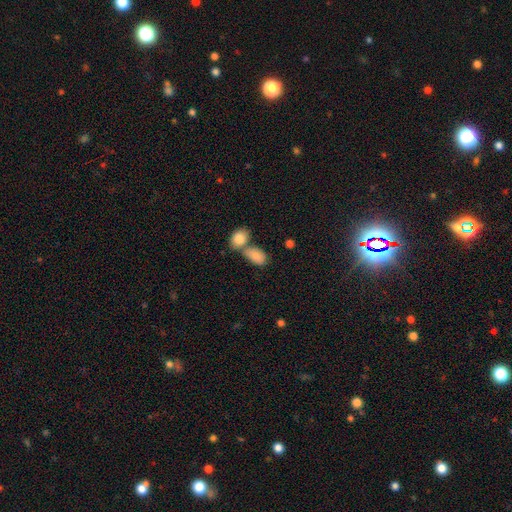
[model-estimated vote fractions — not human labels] Morphology: type=smooth (86%); roundness=in between (89%); merging=merger (52%).